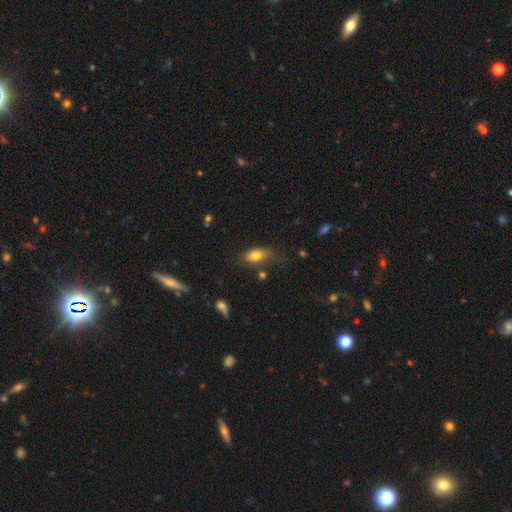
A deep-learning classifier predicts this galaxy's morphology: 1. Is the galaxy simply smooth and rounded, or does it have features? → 77% smooth, 15% featured or disk, 8% star or artifact.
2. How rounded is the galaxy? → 85% in between, 9% cigar-shaped, 6% round.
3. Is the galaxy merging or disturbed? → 63% none, 24% minor disturbance, 9% major disturbance, 4% merger.